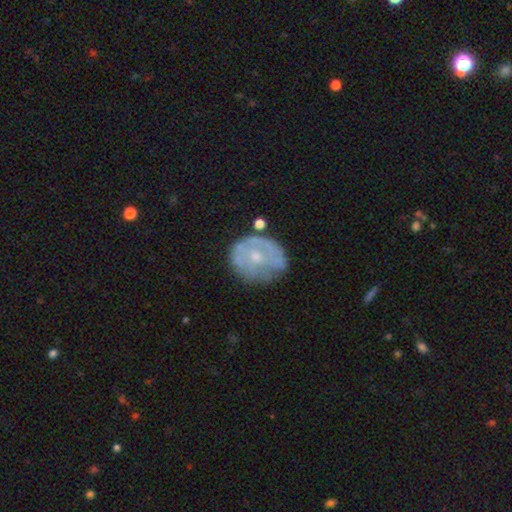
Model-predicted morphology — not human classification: Q: Smooth or featured?
A: featured or disk (60%); runner-up: smooth (32%)
Q: Edge-on disk?
A: no (97%); runner-up: yes (3%)
Q: Bar?
A: no (79%); runner-up: weak (18%)
Q: Spiral arms?
A: no (51%); runner-up: yes (49%)
Q: Bulge size?
A: small (56%); runner-up: moderate (39%)
Q: Merging?
A: none (58%); runner-up: minor disturbance (27%)